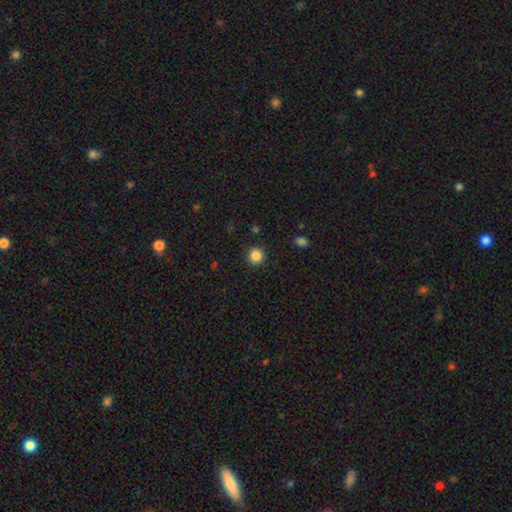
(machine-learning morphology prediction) Smooth or featured: smooth — 85% (star or artifact — 11%)
How rounded: round — 95% (in between — 4%)
Merging: none — 92% (minor disturbance — 5%)